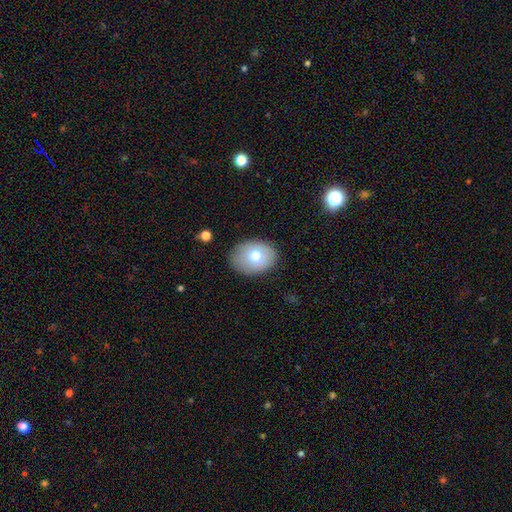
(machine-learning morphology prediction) Smooth or featured: smooth — 72% (featured or disk — 19%)
How rounded: in between — 70% (round — 29%)
Merging: none — 82% (minor disturbance — 13%)